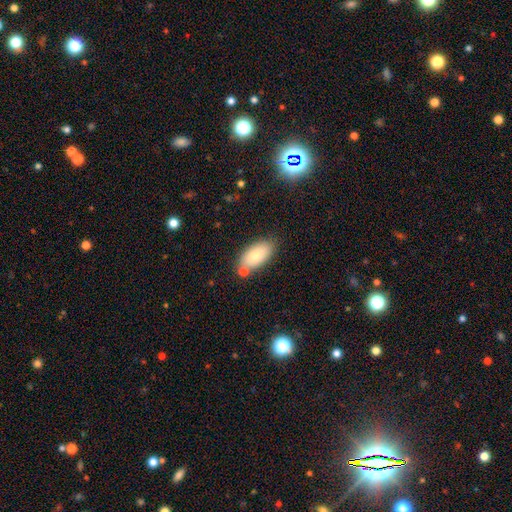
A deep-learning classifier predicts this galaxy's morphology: A smooth galaxy with no disk features (81%) that is in between round and cigar-shaped (93%). Merging: none (71%).